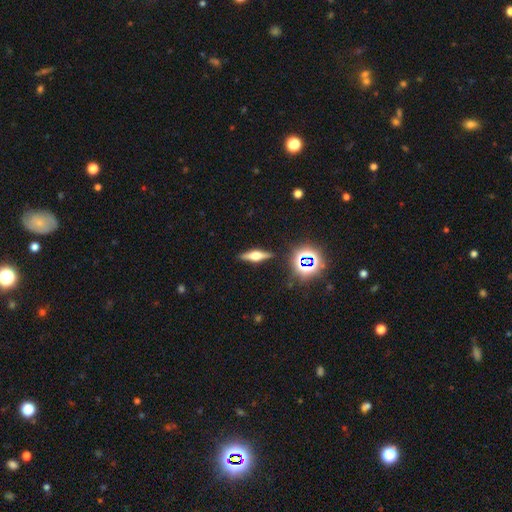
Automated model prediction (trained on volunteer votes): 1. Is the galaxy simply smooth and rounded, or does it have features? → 59% featured or disk, 28% smooth, 14% star or artifact.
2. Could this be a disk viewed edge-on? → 94% yes, 6% no.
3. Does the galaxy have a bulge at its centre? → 91% rounded, 7% boxy, 2% none.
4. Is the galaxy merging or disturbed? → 88% none, 8% minor disturbance, 2% major disturbance, 2% merger.